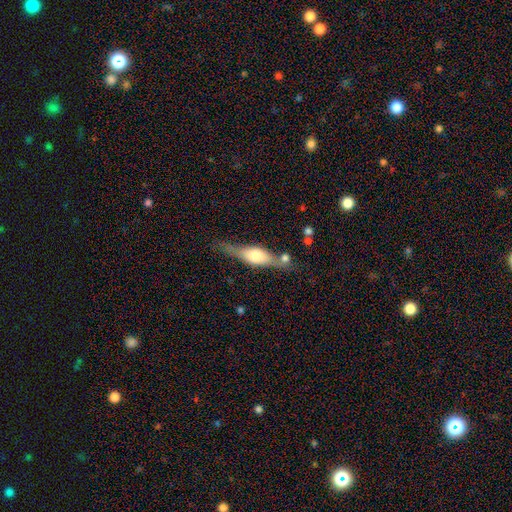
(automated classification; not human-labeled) featured or disk 59%, smooth 35%, star or artifact 6%. Down the decision tree: edge-on disk — yes (90%); edge-on bulge — rounded (85%); merging — none (64%).